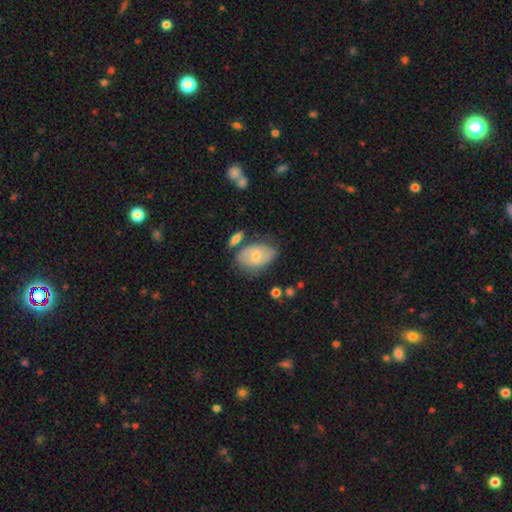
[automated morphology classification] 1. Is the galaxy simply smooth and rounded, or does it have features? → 57% smooth, 37% featured or disk, 7% star or artifact.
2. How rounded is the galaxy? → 86% in between, 12% round, 1% cigar-shaped.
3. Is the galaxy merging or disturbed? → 57% none, 24% minor disturbance, 11% merger, 8% major disturbance.